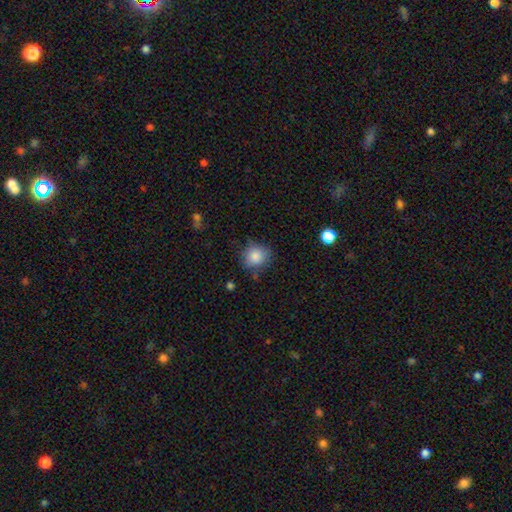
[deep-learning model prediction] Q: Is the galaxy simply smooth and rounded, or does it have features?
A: smooth — 85%.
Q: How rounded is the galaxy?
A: round — 84%.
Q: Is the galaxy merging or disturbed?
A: none — 72%.